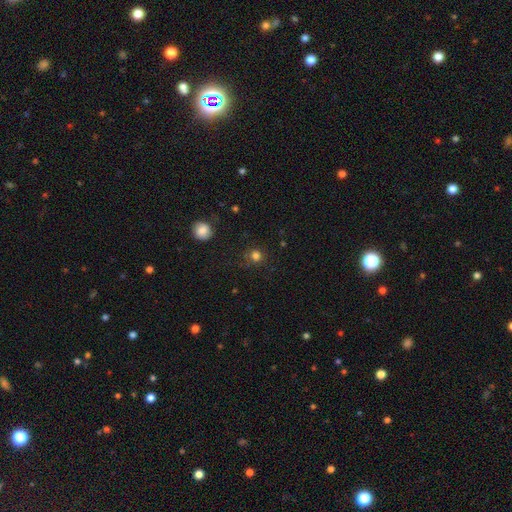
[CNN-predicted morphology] This appears to be a smooth galaxy with no disk features (79%) that is round (91%). Merging: none (82%).